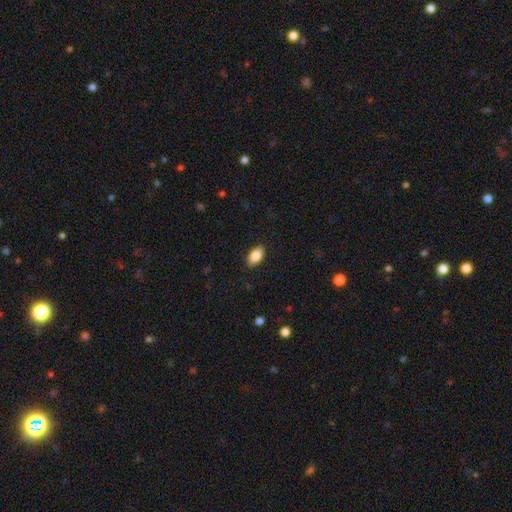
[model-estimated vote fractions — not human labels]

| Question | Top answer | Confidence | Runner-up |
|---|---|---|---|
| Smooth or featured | smooth | 86% | star or artifact (7%) |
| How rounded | in between | 93% | round (4%) |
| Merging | none | 89% | minor disturbance (8%) |